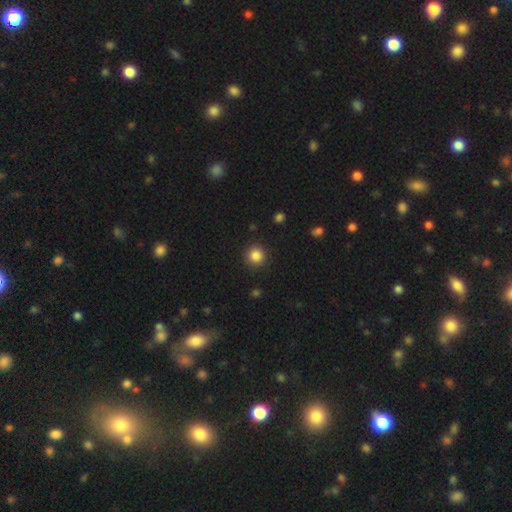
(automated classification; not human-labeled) Q: Smooth or featured?
A: smooth (85%); runner-up: star or artifact (11%)
Q: How rounded?
A: round (94%); runner-up: in between (5%)
Q: Merging?
A: none (91%); runner-up: minor disturbance (6%)